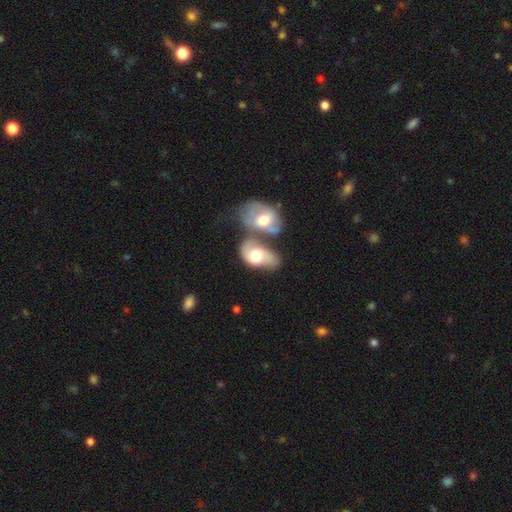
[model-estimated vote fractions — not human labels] smooth_or_featured: smooth (p=0.49) [alt: featured or disk p=0.44]
merging: merger (p=0.66) [alt: none p=0.15]